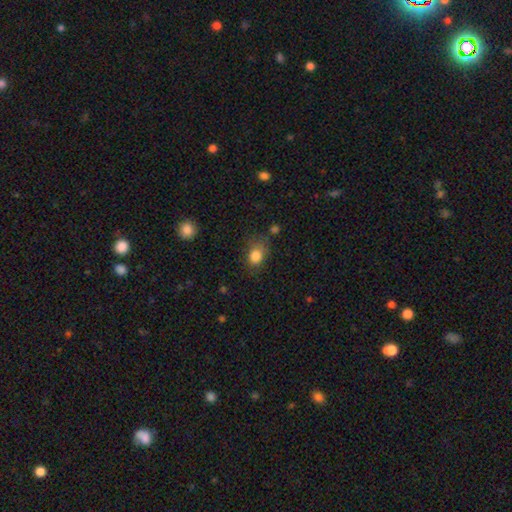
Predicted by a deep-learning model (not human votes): A smooth galaxy with no disk features (83%) that is in between round and cigar-shaped (57%). Merging: none (57%).